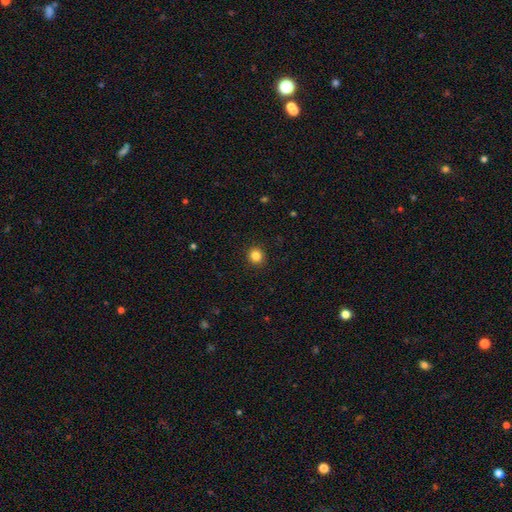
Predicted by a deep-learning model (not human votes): smooth 84%, star or artifact 11%, featured or disk 4%. Down the decision tree: how rounded — round (89%); merging — none (92%).